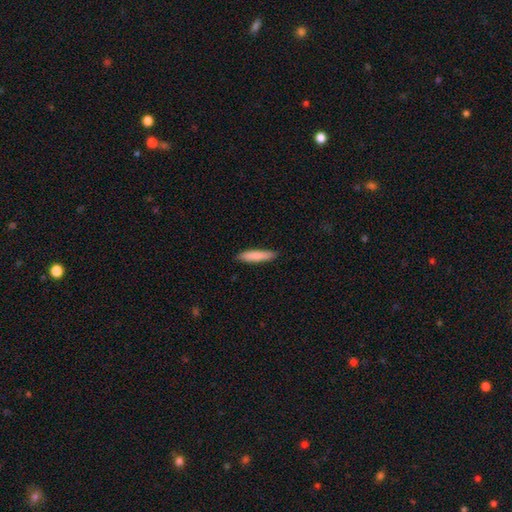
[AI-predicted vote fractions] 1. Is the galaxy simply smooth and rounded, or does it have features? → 85% smooth, 10% featured or disk, 6% star or artifact.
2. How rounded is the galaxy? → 85% cigar-shaped, 14% in between, 1% round.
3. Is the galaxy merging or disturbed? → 88% none, 9% minor disturbance, 2% major disturbance, 1% merger.